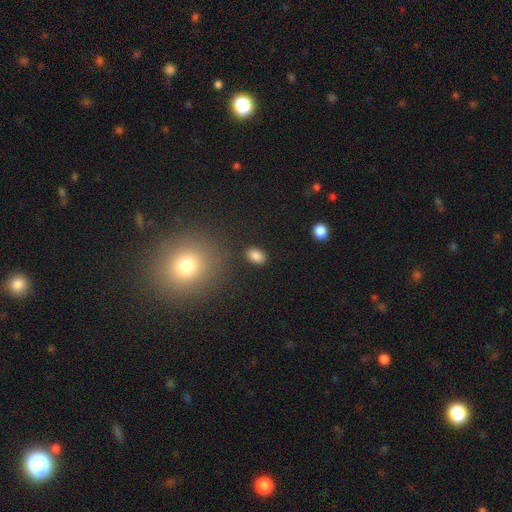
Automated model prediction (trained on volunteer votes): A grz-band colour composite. It shows a smooth galaxy with no disk features (86%) that is in between round and cigar-shaped (87%). Merging: none (86%).